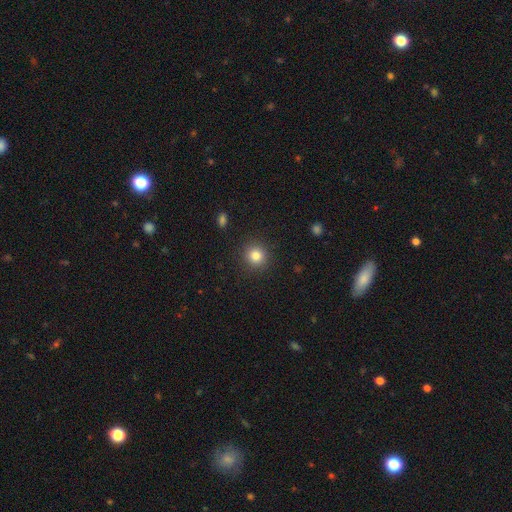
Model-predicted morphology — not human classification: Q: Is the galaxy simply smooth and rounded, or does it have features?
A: smooth — 82%.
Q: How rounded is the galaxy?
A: round — 92%.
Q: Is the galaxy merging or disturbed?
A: none — 90%.